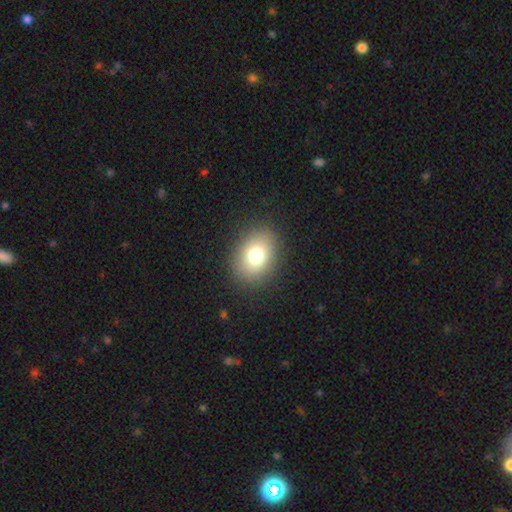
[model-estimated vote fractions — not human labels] smooth-or-featured: smooth: 77% | star or artifact: 12% | featured or disk: 11%
  how-rounded: in between: 64% | round: 35% | cigar-shaped: 1%
  merging: none: 87% | minor disturbance: 8% | major disturbance: 3% | merger: 1%